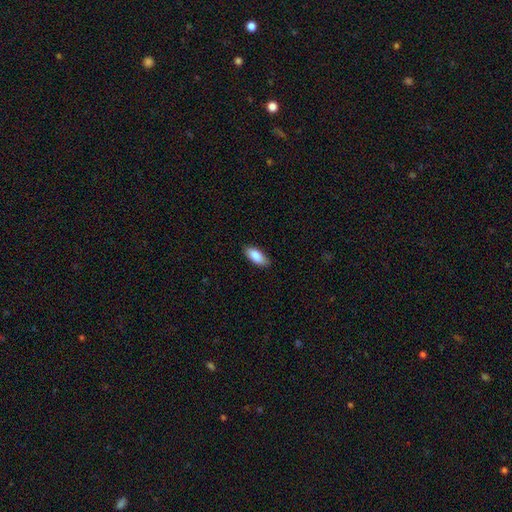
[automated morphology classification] Smooth or featured? smooth (87%)
How rounded? in between (85%)
Merging? none (87%)